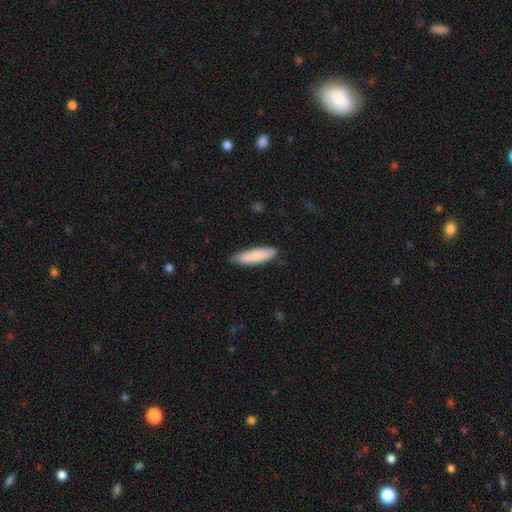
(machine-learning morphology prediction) type=smooth (83%); roundness=cigar-shaped (59%); merging=none (83%).